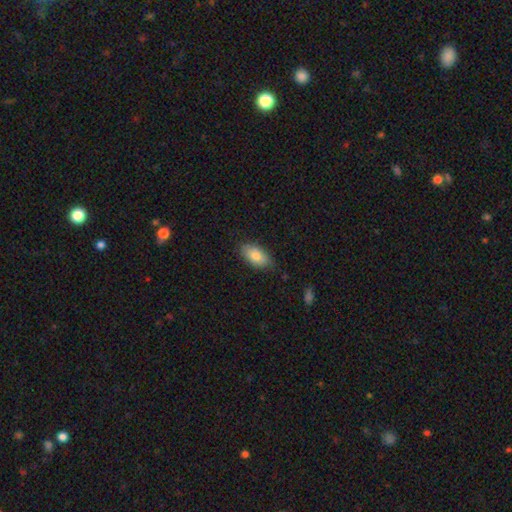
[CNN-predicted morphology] Smooth or featured: smooth — 82% (featured or disk — 11%)
How rounded: in between — 93% (cigar-shaped — 4%)
Merging: none — 77% (minor disturbance — 19%)